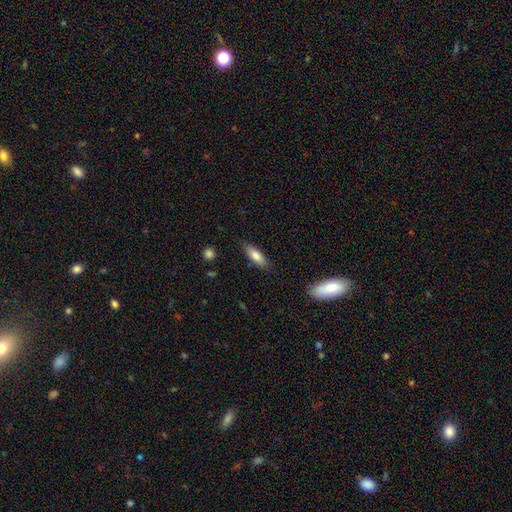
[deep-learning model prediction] Smooth or featured? smooth (78%)
How rounded? in between (67%)
Merging? none (81%)